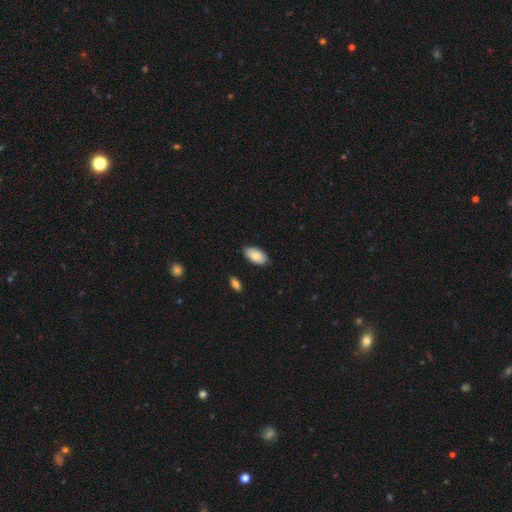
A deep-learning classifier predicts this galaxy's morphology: Smooth or featured? smooth (84%)
How rounded? in between (95%)
Merging? none (85%)